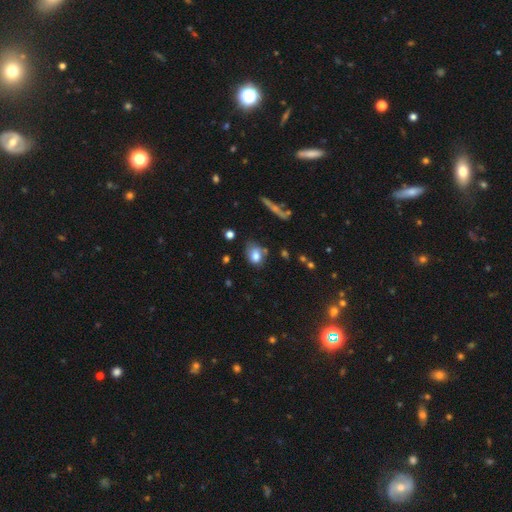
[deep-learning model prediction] This appears to be a smooth galaxy with no disk features (77%) that is in between round and cigar-shaped (64%). Merging: none (54%).